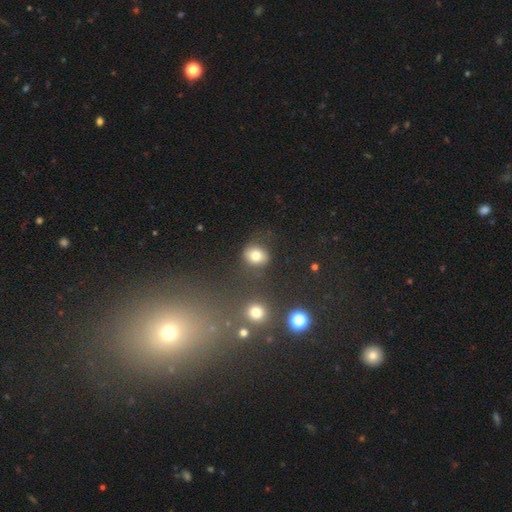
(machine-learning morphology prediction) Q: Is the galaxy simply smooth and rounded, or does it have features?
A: smooth — 79%.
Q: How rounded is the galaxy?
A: round — 62%.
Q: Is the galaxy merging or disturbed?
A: none — 77%.